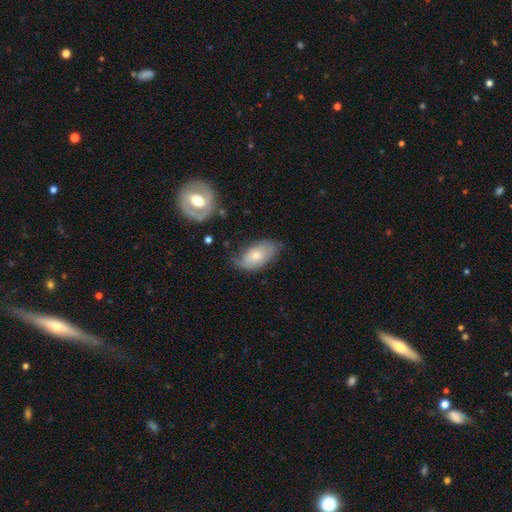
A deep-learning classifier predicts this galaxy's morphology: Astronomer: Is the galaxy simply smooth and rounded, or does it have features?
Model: smooth — 58% (runner-up: featured or disk, 35%).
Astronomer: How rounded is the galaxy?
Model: in between — 93%.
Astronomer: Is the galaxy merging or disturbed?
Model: none — 52% (runner-up: minor disturbance, 34%).